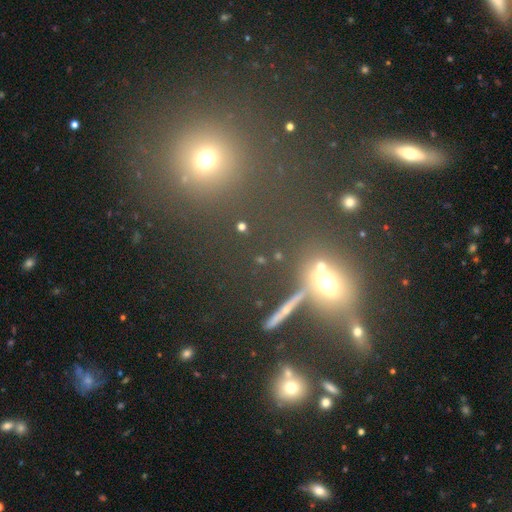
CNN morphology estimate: Smooth or featured?
  - star or artifact: 44% *
  - smooth: 33%
  - featured or disk: 23%